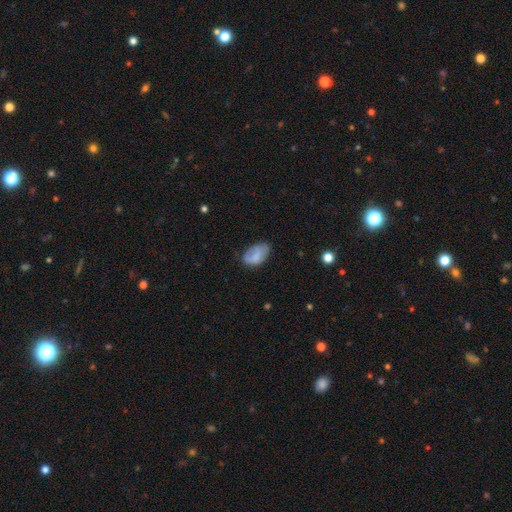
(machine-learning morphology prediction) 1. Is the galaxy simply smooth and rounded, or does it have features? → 72% smooth, 20% featured or disk, 8% star or artifact.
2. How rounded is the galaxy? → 91% in between, 7% round, 2% cigar-shaped.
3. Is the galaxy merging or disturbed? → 59% none, 29% minor disturbance, 10% major disturbance, 2% merger.